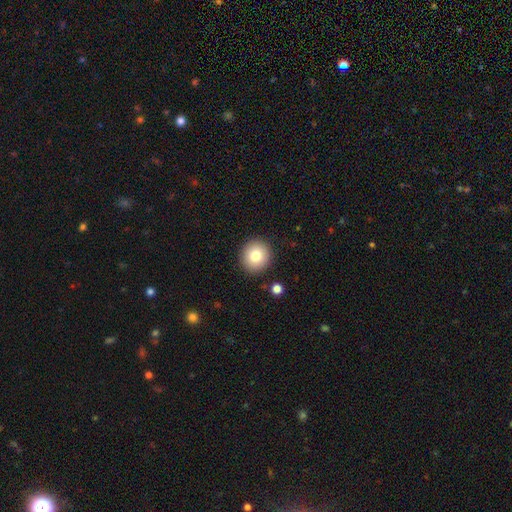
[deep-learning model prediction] This appears to be a smooth galaxy with no disk features (81%) that is round (92%). Merging: none (90%).